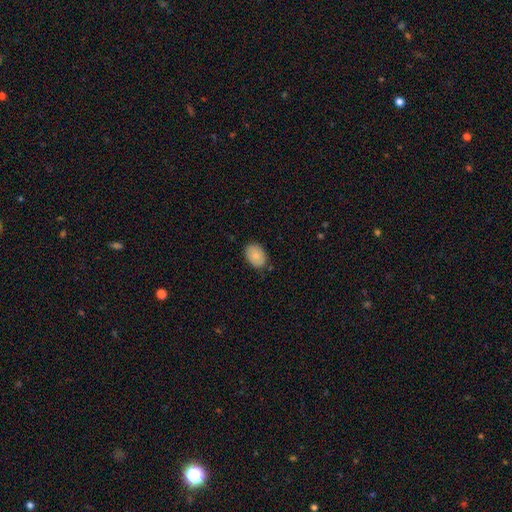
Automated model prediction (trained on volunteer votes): Smooth or featured? smooth (86%)
How rounded? in between (82%)
Merging? none (84%)